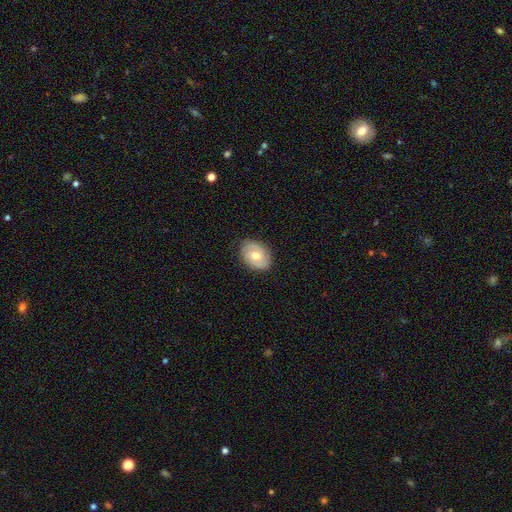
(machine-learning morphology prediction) smooth-or-featured: smooth: 50% | featured or disk: 43% | star or artifact: 7%
  merging: none: 82% | minor disturbance: 14% | major disturbance: 3% | merger: 1%